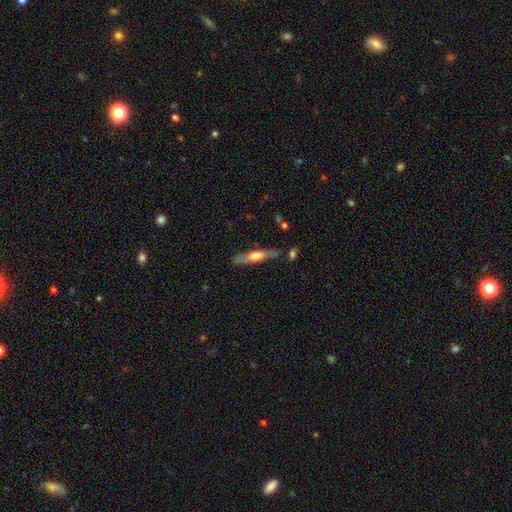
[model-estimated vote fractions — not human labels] Morphology: type=smooth (50%); roundness=cigar-shaped (81%); merging=none (77%).